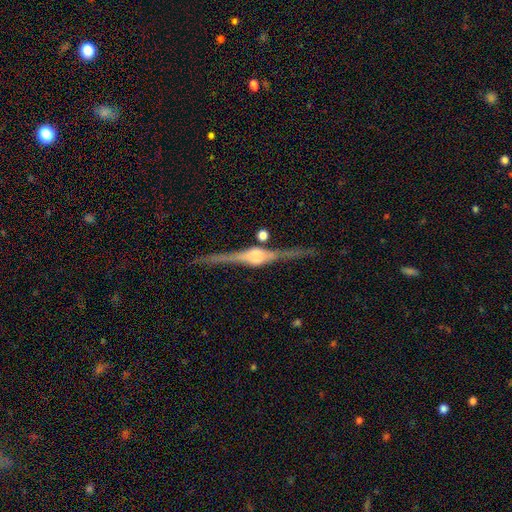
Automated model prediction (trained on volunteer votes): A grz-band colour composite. It shows a featured or disk galaxy (89%) viewed edge-on (98%) with a rounded central bulge (88%). Merging: none (82%).